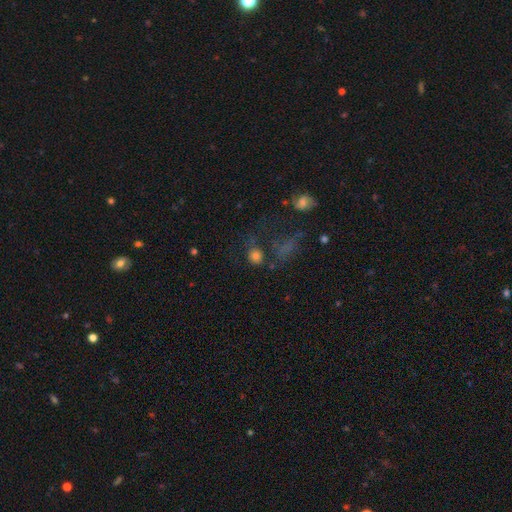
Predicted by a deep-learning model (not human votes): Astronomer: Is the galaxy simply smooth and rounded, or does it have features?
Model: smooth — 75%.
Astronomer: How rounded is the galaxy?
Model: round — 79%.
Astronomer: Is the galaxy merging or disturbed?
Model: none — 64%.